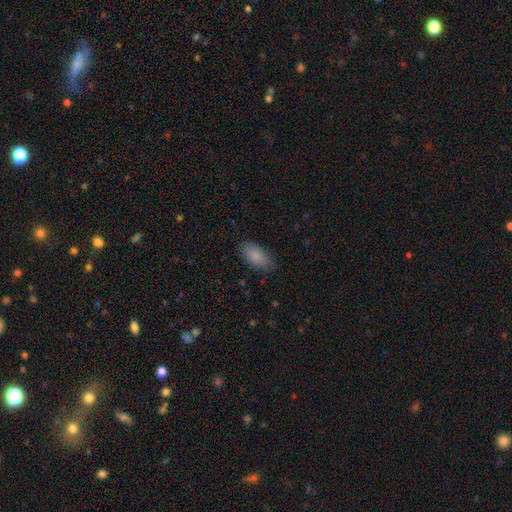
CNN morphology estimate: The model was most divided on "merging": none: 81%, minor disturbance: 14%, major disturbance: 3%, merger: 1%. More confident: how rounded — in between (93%); smooth or featured — smooth (86%).